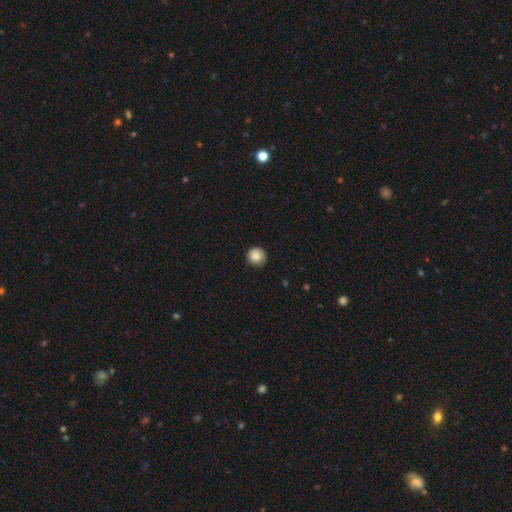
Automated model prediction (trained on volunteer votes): This is clearly a smooth galaxy (85%). How rounded: clearly round (95%). Merging: clearly none (86%).